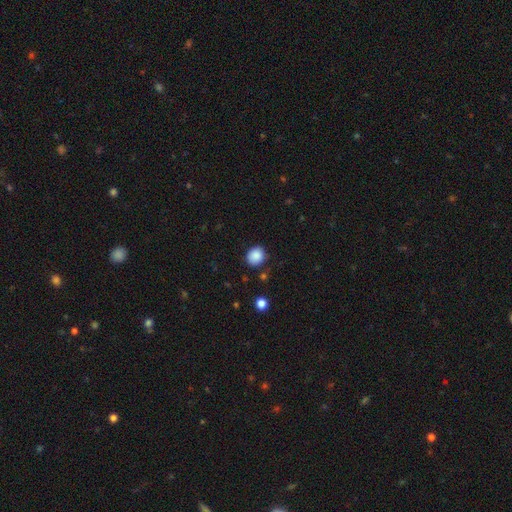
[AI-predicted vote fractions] Smooth or featured? Predicted: smooth (p=0.87). How rounded? Predicted: round (p=0.72). Merging? Predicted: none (p=0.82).